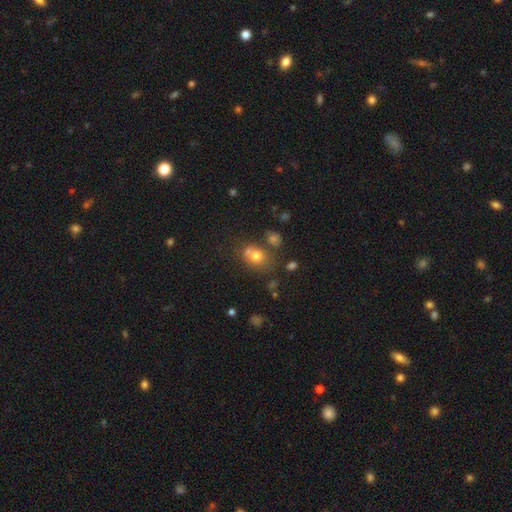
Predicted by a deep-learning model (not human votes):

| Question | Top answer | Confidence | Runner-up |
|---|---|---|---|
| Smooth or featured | smooth | 71% | star or artifact (14%) |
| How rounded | round | 62% | in between (37%) |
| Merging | none | 48% | merger (32%) |